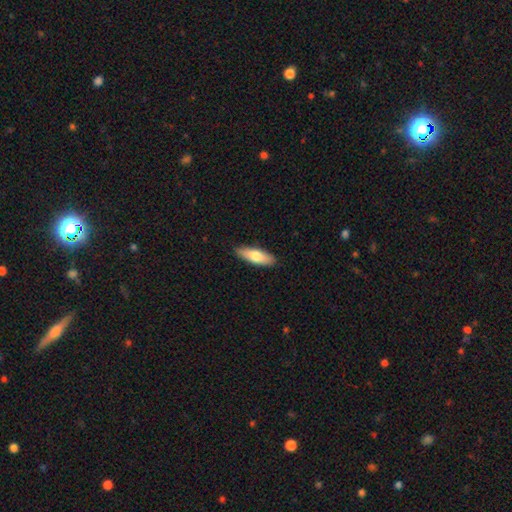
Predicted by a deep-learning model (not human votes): Smooth or featured?
  - smooth: 74% *
  - featured or disk: 21%
  - star or artifact: 6%
How rounded?
  - in between: 53% *
  - cigar-shaped: 45%
  - round: 2%
Merging?
  - none: 88% *
  - minor disturbance: 9%
  - major disturbance: 2%
  - merger: 1%